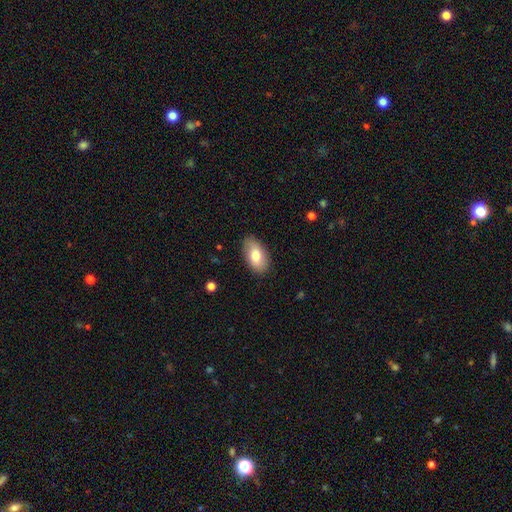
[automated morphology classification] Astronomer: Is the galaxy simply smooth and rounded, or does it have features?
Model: smooth — 76%.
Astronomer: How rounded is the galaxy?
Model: in between — 93%.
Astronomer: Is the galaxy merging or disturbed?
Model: none — 85%.